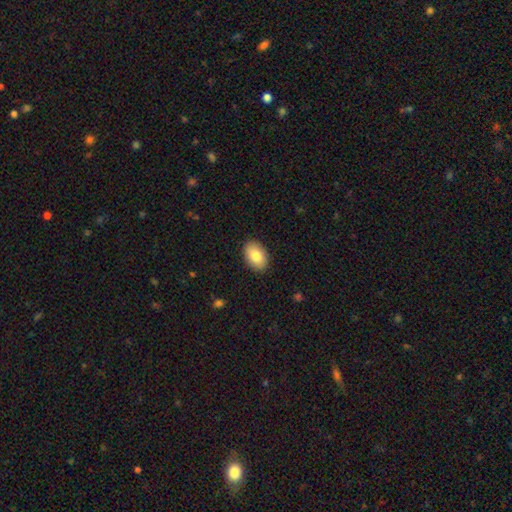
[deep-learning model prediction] Morphology: type=smooth (82%); roundness=in between (90%); merging=none (89%).